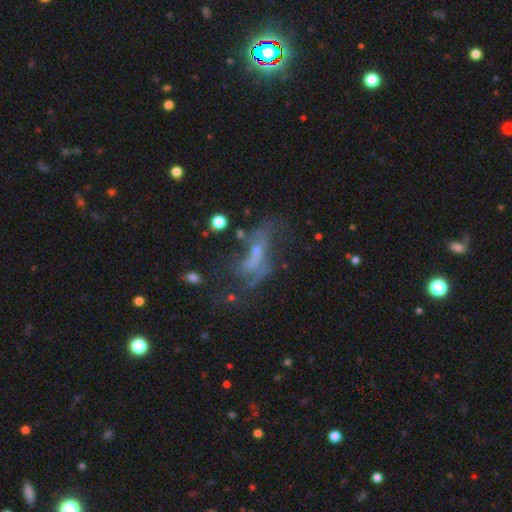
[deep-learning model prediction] Smooth or featured? Predicted: featured or disk (p=0.59). Edge-on disk? Predicted: no (p=0.85). Bar? Predicted: no (p=0.59). Spiral arms? Predicted: no (p=0.53). Bulge size? Predicted: small (p=0.50). Merging? Predicted: major disturbance (p=0.37).